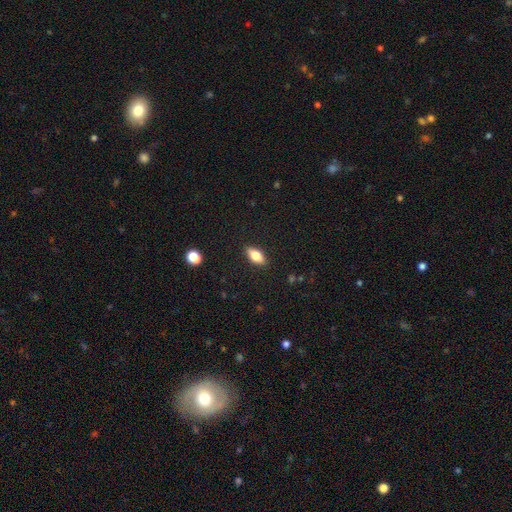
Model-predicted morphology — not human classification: This appears to be a smooth galaxy with no disk features (72%) that is in between round and cigar-shaped (83%). Merging: none (88%).